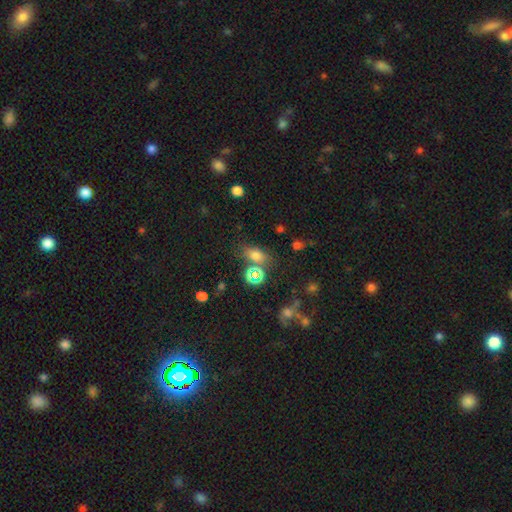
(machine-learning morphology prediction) smooth 65%, star or artifact 26%, featured or disk 9%. Down the decision tree: how rounded — in between (75%); merging — none (70%).